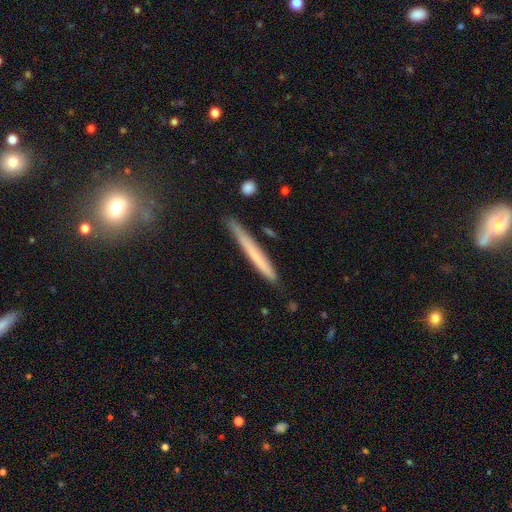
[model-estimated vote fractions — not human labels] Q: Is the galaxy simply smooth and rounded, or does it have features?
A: smooth — 62%.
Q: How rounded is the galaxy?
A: cigar-shaped — 97%.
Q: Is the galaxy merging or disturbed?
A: none — 85%.